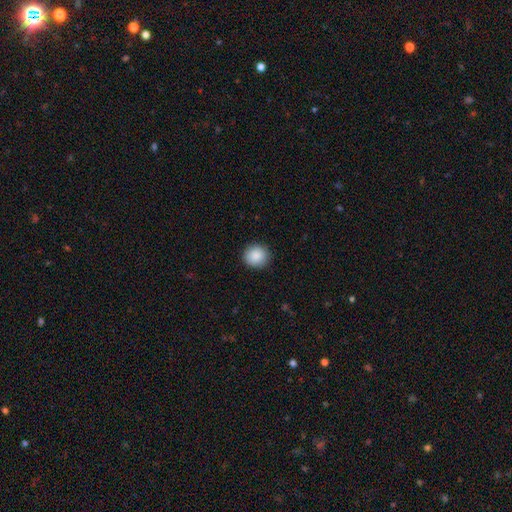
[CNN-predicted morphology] smooth_or_featured: smooth (p=0.89) [alt: star or artifact p=0.08]
how_rounded: round (p=0.87) [alt: in between p=0.12]
merging: none (p=0.90) [alt: minor disturbance p=0.07]